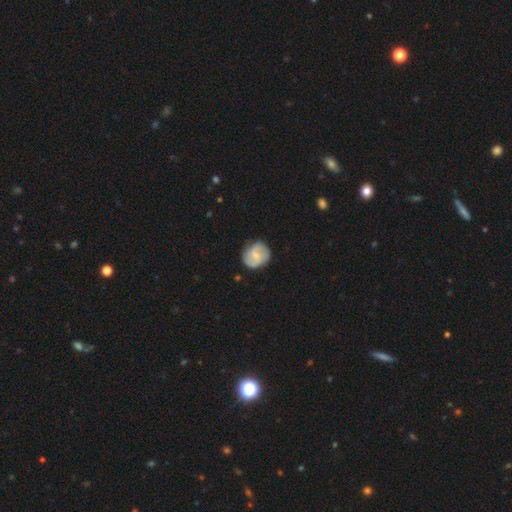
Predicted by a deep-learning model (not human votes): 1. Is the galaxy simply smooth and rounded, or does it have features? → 49% featured or disk, 45% smooth, 6% star or artifact.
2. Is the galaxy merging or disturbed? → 79% none, 16% minor disturbance, 4% major disturbance, 1% merger.